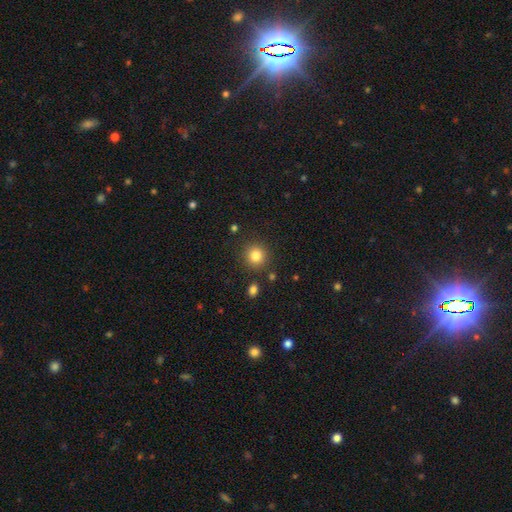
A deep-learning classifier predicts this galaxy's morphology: A smooth galaxy with no disk features (83%) that is round (92%).

Vote fractions:
- Smooth or featured? smooth: 83% / star or artifact: 11% / featured or disk: 5%
- How rounded? round: 92% / in between: 7% / cigar-shaped: 1%
- Merging? none: 87% / minor disturbance: 7% / merger: 3% / major disturbance: 3%